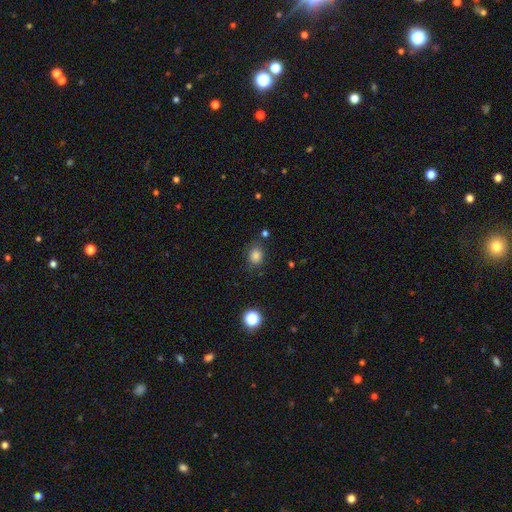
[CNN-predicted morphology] A smooth galaxy with no disk features (83%) that is round (62%).

Vote fractions:
- Smooth or featured? smooth: 83% / star or artifact: 12% / featured or disk: 5%
- How rounded? round: 62% / in between: 37% / cigar-shaped: 1%
- Merging? none: 77% / minor disturbance: 15% / major disturbance: 4% / merger: 4%